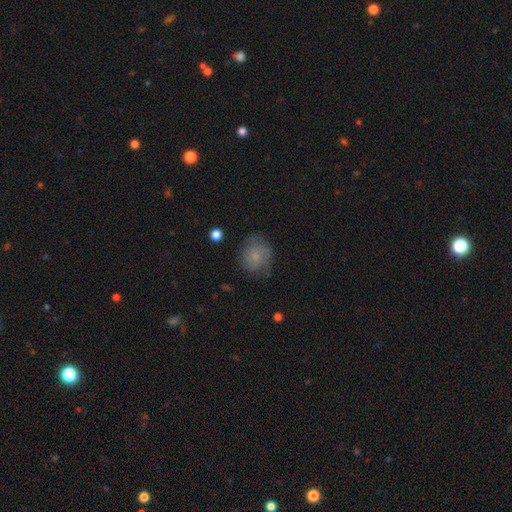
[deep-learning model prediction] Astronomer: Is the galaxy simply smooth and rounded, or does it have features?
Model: smooth — 67%.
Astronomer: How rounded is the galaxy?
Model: round — 75%.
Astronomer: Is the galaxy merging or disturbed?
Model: none — 64%.